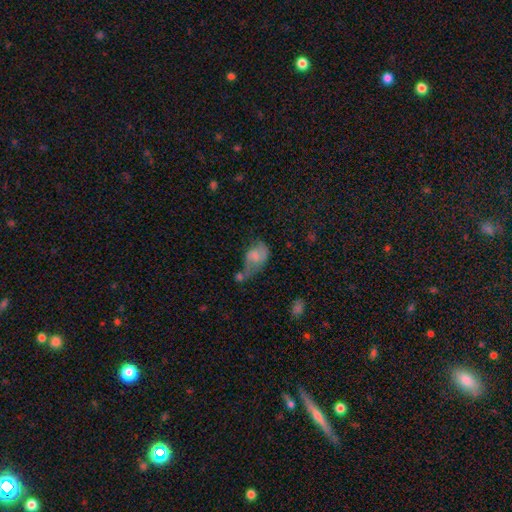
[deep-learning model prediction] Q: Smooth or featured?
A: smooth (53%); runner-up: featured or disk (36%)
Q: How rounded?
A: in between (81%); runner-up: round (17%)
Q: Merging?
A: major disturbance (28%); runner-up: merger (27%)